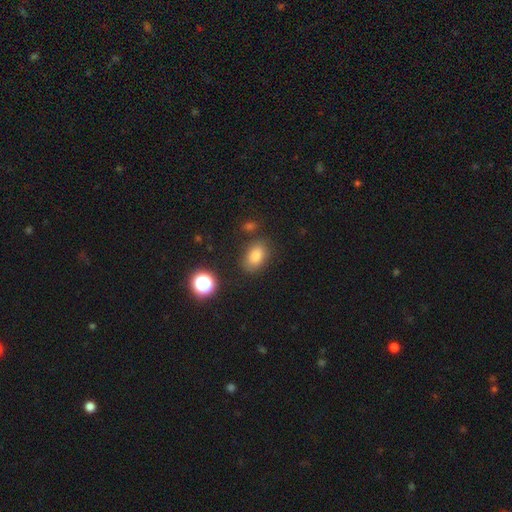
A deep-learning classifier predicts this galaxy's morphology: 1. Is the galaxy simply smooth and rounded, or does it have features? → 82% smooth, 11% star or artifact, 6% featured or disk.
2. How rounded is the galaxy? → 83% in between, 15% round, 2% cigar-shaped.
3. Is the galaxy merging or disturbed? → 79% none, 13% minor disturbance, 4% merger, 4% major disturbance.